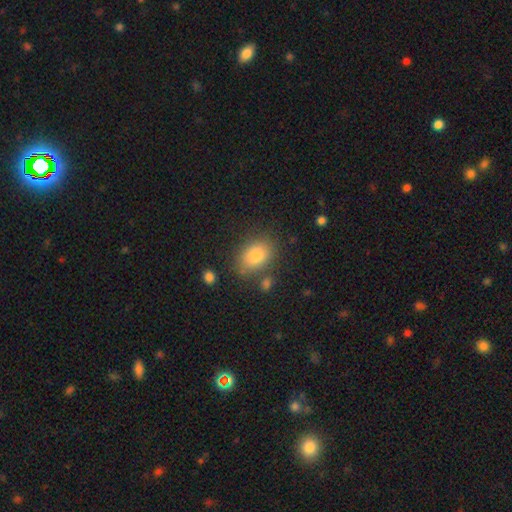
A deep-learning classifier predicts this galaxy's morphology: smooth-or-featured: smooth: 83% | featured or disk: 9% | star or artifact: 8%
  how-rounded: in between: 83% | round: 15% | cigar-shaped: 2%
  merging: none: 74% | minor disturbance: 16% | merger: 6% | major disturbance: 5%